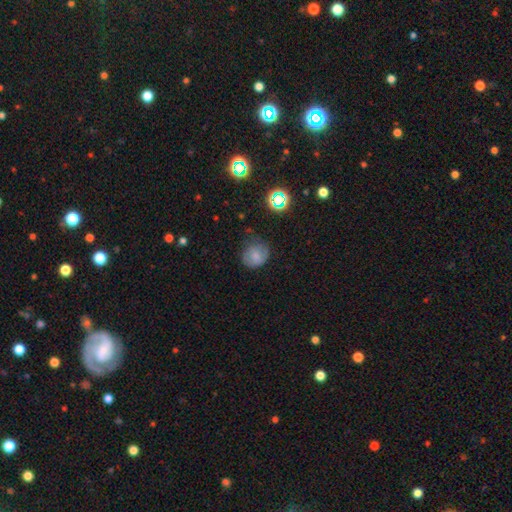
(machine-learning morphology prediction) Q: Smooth or featured?
A: smooth (70%); runner-up: featured or disk (17%)
Q: How rounded?
A: round (76%); runner-up: in between (23%)
Q: Merging?
A: none (60%); runner-up: minor disturbance (29%)